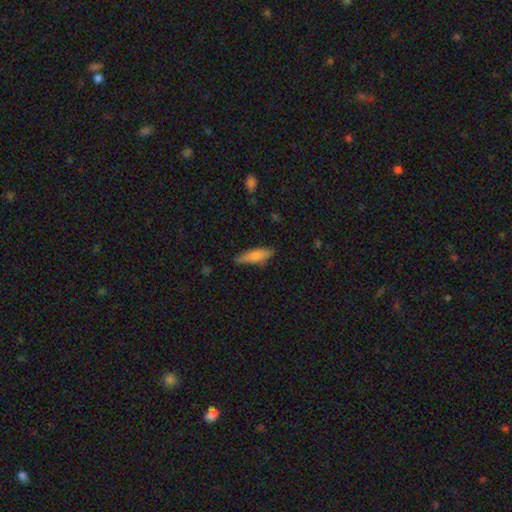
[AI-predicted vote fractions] Morphology: type=smooth (77%); roundness=cigar-shaped (54%); merging=none (74%).